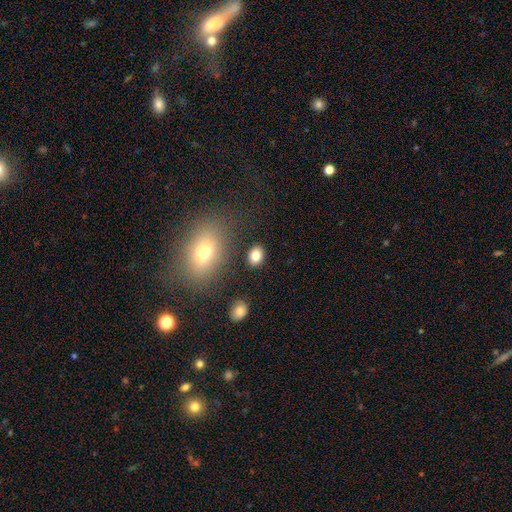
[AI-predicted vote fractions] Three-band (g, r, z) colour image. It shows a smooth galaxy with no disk features (81%) that is in between round and cigar-shaped (63%). Merging: none (84%).